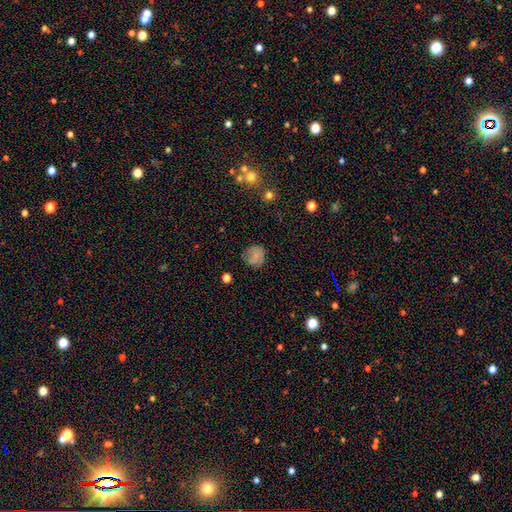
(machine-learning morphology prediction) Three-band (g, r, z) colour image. It shows a smooth galaxy with no disk features (71%) that is round (84%). Merging: none (71%).